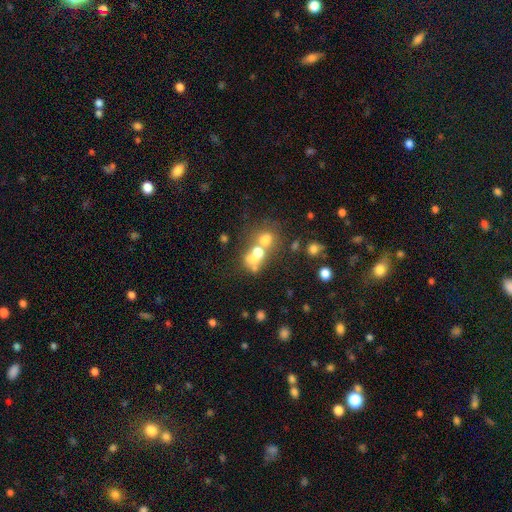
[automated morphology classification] smooth 54%, featured or disk 23%, star or artifact 22%. Down the decision tree: how rounded — round (50%); merging — merger (63%).